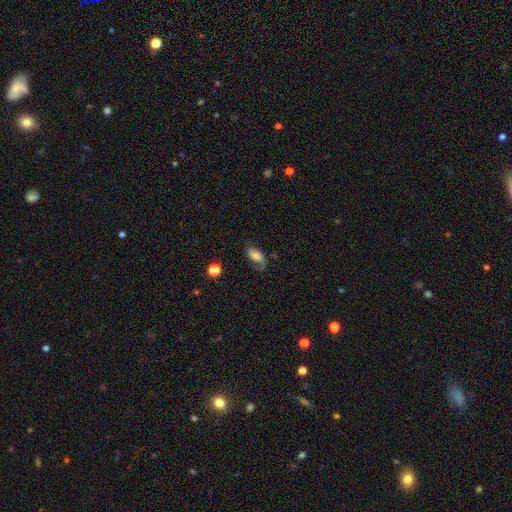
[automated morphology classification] This is possibly a smooth galaxy (49%). Merging: possibly none (47%).